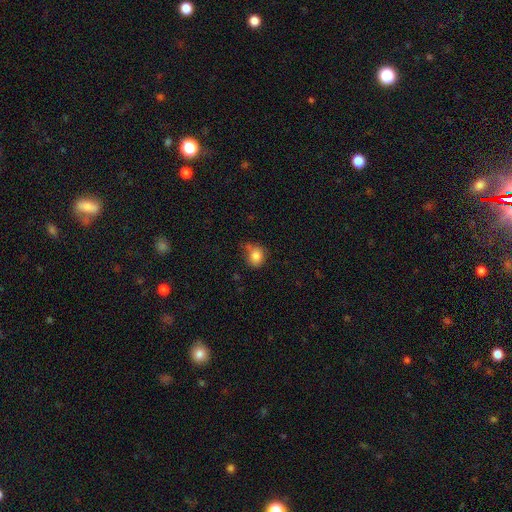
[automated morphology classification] smooth 84%, star or artifact 10%, featured or disk 6%. Down the decision tree: how rounded — round (70%); merging — none (60%).